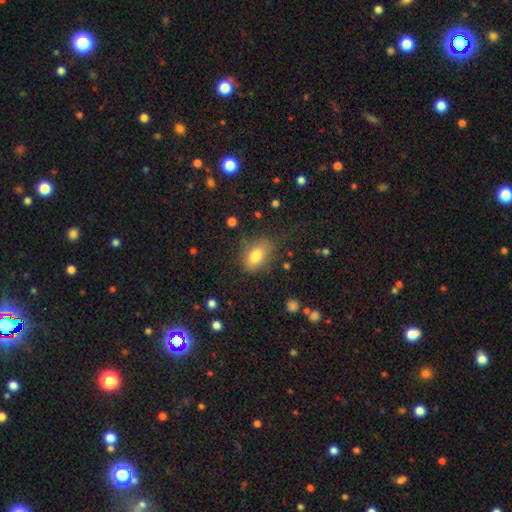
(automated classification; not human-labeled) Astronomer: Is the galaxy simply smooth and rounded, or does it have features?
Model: smooth — 80%.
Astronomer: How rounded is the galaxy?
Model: in between — 83%.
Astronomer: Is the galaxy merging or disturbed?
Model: none — 72%.